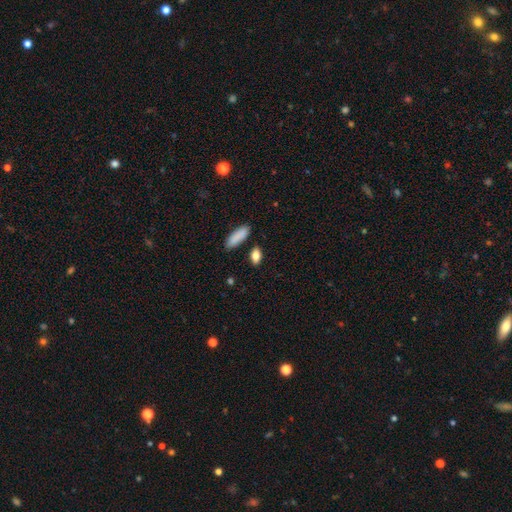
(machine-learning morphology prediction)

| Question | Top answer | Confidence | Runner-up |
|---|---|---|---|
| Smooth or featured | smooth | 86% | star or artifact (7%) |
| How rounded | in between | 80% | cigar-shaped (15%) |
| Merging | none | 81% | minor disturbance (10%) |